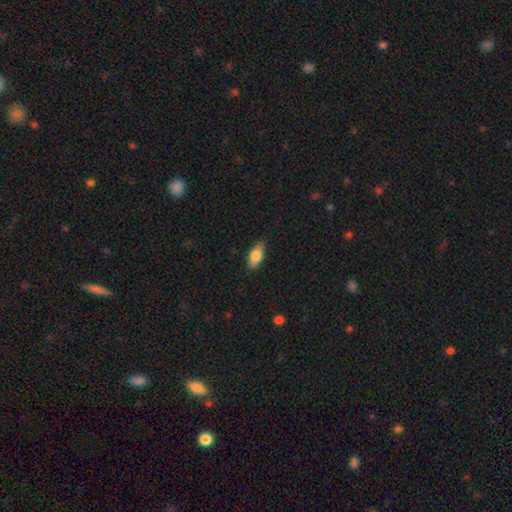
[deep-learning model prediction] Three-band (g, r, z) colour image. It shows a smooth galaxy with no disk features (79%) that is in between round and cigar-shaped (85%). Merging: none (84%).